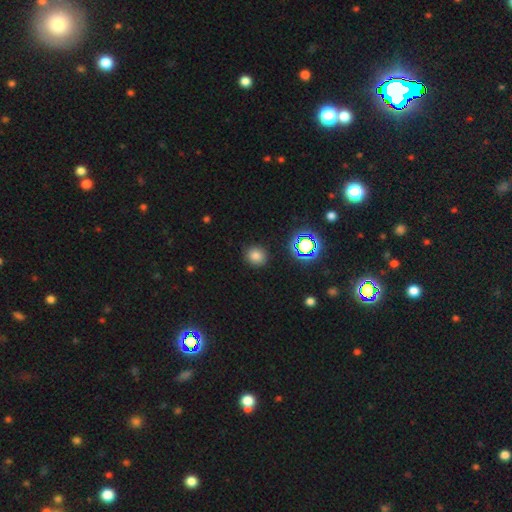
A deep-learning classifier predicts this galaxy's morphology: Q: Smooth or featured?
A: smooth (76%); runner-up: star or artifact (18%)
Q: How rounded?
A: round (86%); runner-up: in between (13%)
Q: Merging?
A: none (89%); runner-up: minor disturbance (8%)